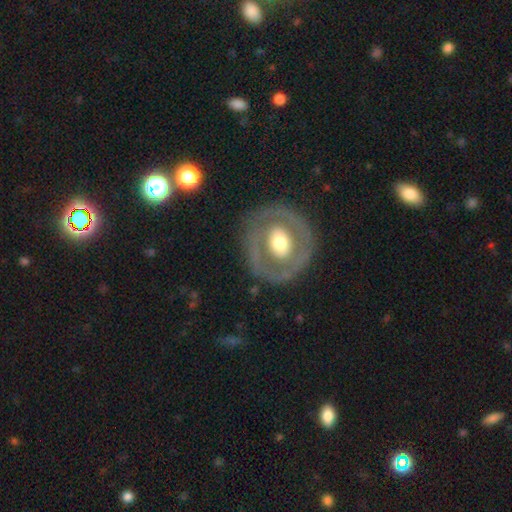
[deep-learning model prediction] A featured or disk galaxy (64%) with no bar (63%), no spiral arms (74%) and a moderate central bulge (62%). Merging: none (81%).